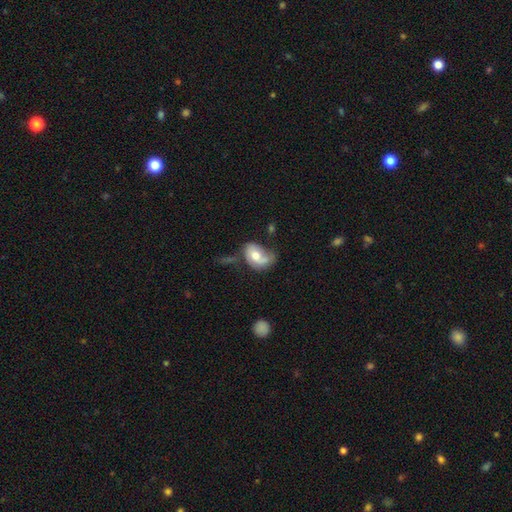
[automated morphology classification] Q: Smooth or featured?
A: smooth (53%); runner-up: featured or disk (40%)
Q: How rounded?
A: in between (81%); runner-up: round (18%)
Q: Merging?
A: none (33%); runner-up: minor disturbance (29%)